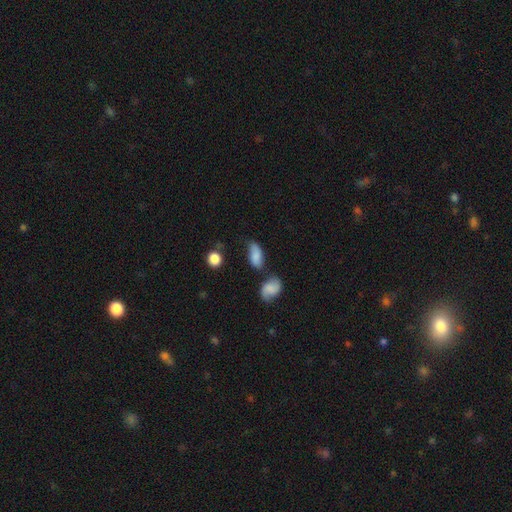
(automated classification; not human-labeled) A smooth galaxy with no disk features (74%) that is in between round and cigar-shaped (89%). Merging: none (49%).